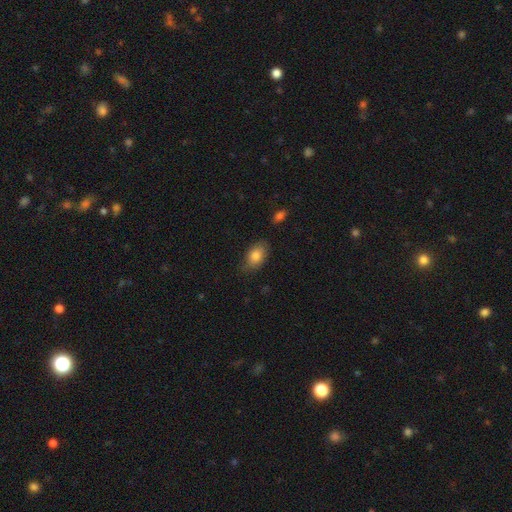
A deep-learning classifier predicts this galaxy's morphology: Smooth or featured?
  - smooth: 82% *
  - featured or disk: 10%
  - star or artifact: 8%
How rounded?
  - in between: 88% *
  - round: 10%
  - cigar-shaped: 2%
Merging?
  - none: 76% *
  - minor disturbance: 19%
  - major disturbance: 4%
  - merger: 2%